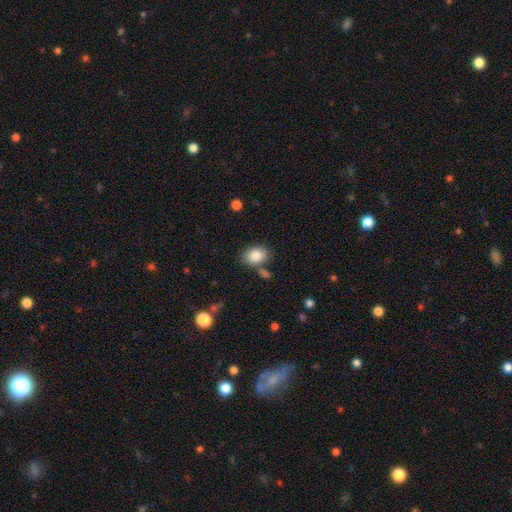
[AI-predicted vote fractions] smooth-or-featured: smooth: 85% | star or artifact: 8% | featured or disk: 7%
  how-rounded: in between: 71% | round: 28% | cigar-shaped: 1%
  merging: none: 73% | minor disturbance: 13% | merger: 9% | major disturbance: 4%